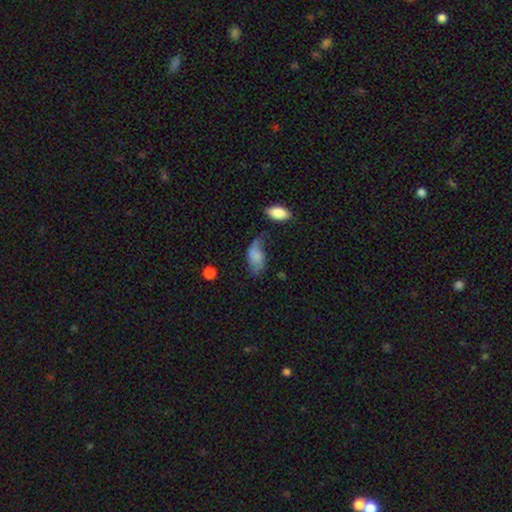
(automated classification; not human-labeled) The model was most divided on "merging": none: 35%, minor disturbance: 33%, major disturbance: 25%, merger: 7%. More confident: how rounded — in between (92%); smooth or featured — smooth (62%).